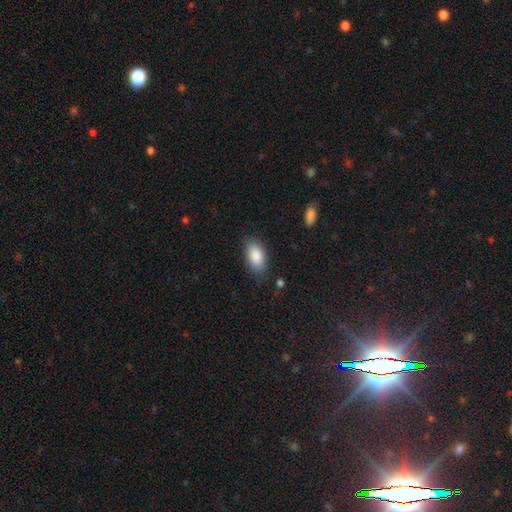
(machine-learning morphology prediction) smooth-or-featured: smooth: 88% | star or artifact: 7% | featured or disk: 6%
  how-rounded: in between: 92% | round: 5% | cigar-shaped: 3%
  merging: none: 80% | minor disturbance: 14% | major disturbance: 4% | merger: 2%